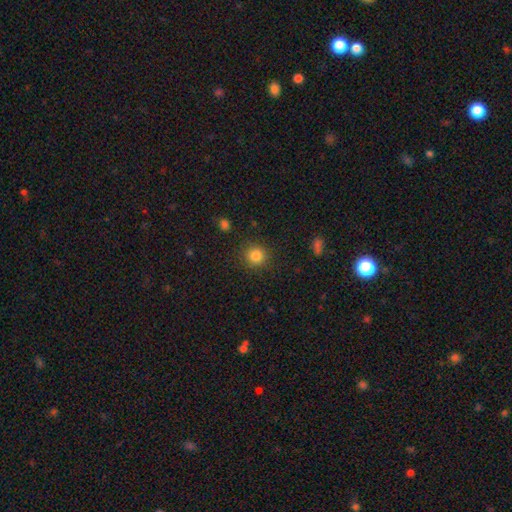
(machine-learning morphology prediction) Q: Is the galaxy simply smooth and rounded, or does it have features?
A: smooth — 84%.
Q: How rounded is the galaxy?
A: round — 92%.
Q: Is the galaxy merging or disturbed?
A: none — 89%.